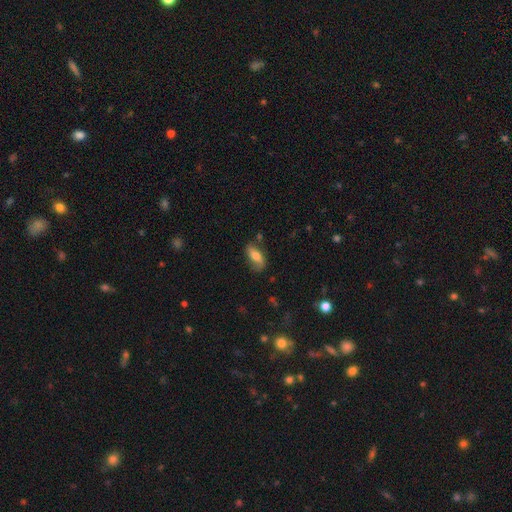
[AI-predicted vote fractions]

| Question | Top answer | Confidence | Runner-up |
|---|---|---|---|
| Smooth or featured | smooth | 55% | featured or disk (37%) |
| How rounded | in between | 80% | cigar-shaped (15%) |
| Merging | none | 68% | minor disturbance (22%) |